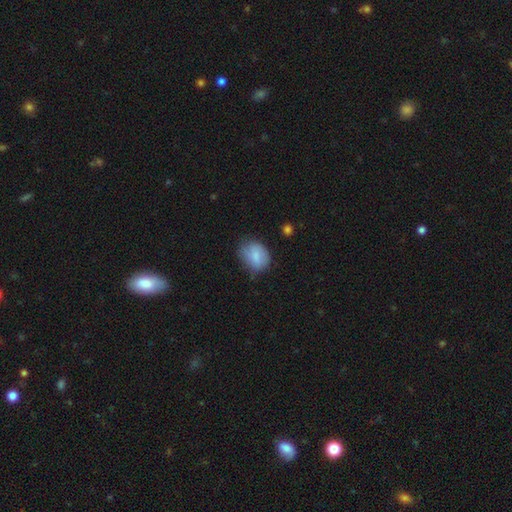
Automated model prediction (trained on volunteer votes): Morphology: type=smooth (78%); roundness=in between (57%); merging=none (58%).